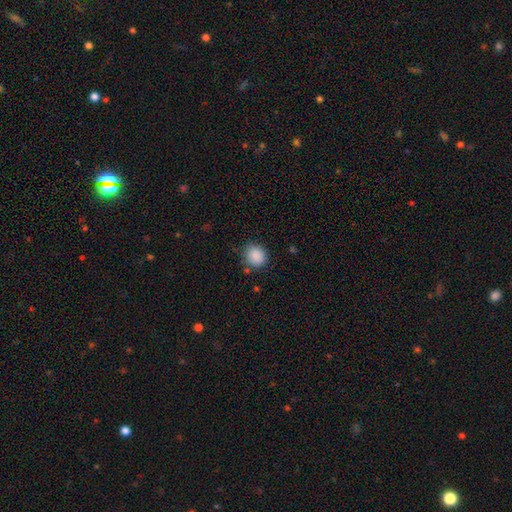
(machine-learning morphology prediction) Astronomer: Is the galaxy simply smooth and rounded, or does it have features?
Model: smooth — 88%.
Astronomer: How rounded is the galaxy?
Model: round — 72%.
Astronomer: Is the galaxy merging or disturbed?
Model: none — 79%.